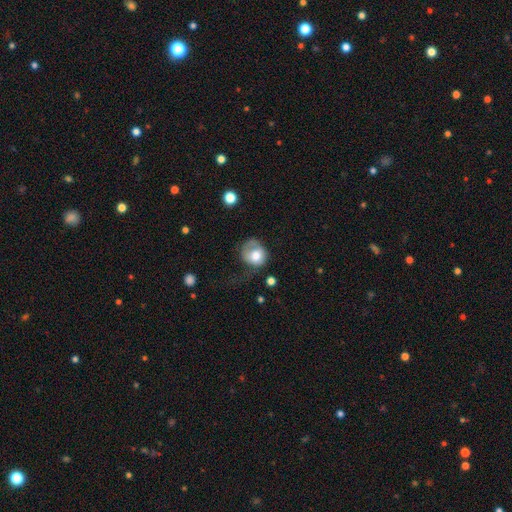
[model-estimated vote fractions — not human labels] smooth 69%, featured or disk 23%, star or artifact 8%. Down the decision tree: how rounded — round (66%); merging — major disturbance (45%).